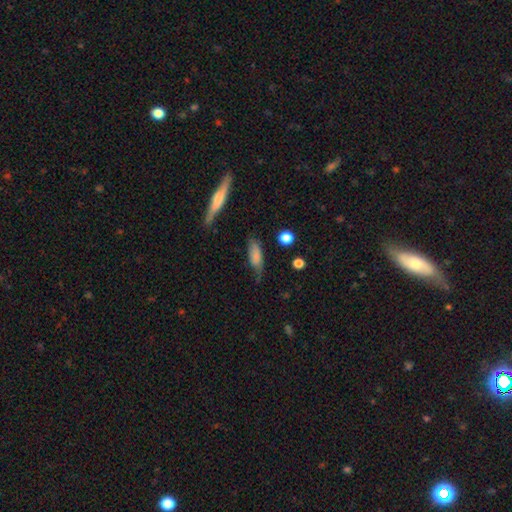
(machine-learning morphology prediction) smooth-or-featured: smooth: 72% | featured or disk: 20% | star or artifact: 8%
  how-rounded: in between: 63% | cigar-shaped: 34% | round: 3%
  merging: none: 48% | minor disturbance: 35% | major disturbance: 13% | merger: 4%